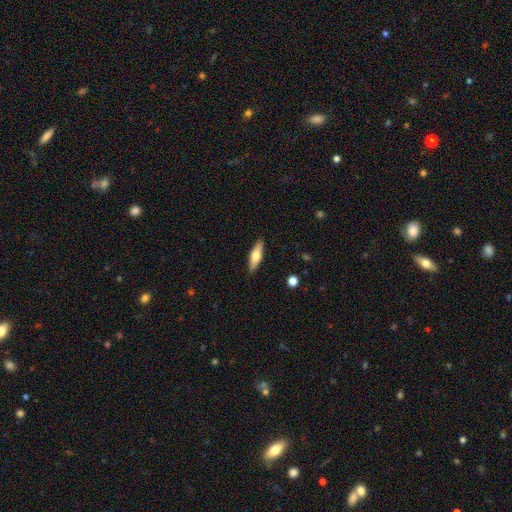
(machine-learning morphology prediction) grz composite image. It shows a smooth galaxy with no disk features (55%) that is cigar-shaped (58%). Merging: none (88%).